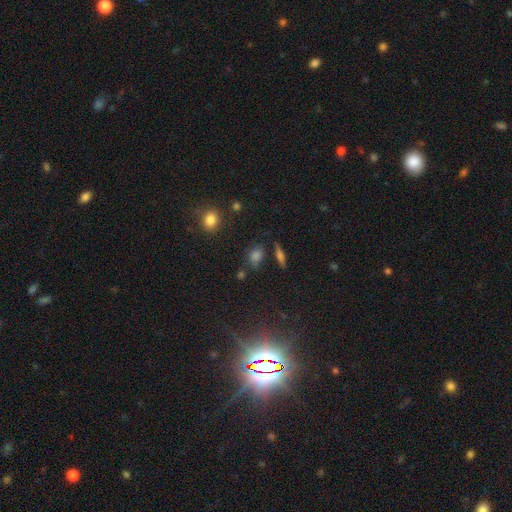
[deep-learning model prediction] The model was most divided on "how rounded": in between: 58%, round: 36%, cigar-shaped: 6%. More confident: smooth or featured — smooth (73%); merging — none (70%).